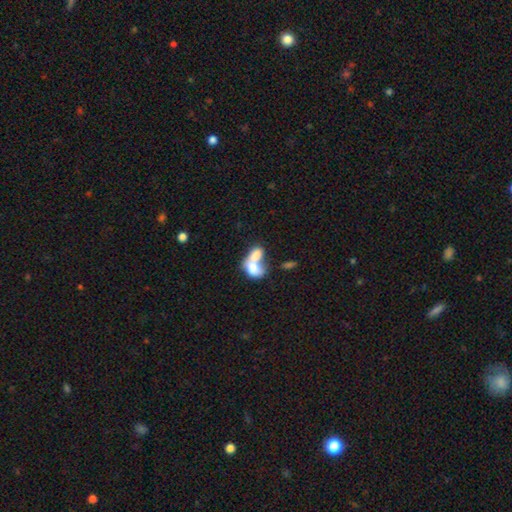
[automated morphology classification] This is likely a smooth galaxy (70%). How rounded: clearly in between (81%). Merging: likely merger (78%).